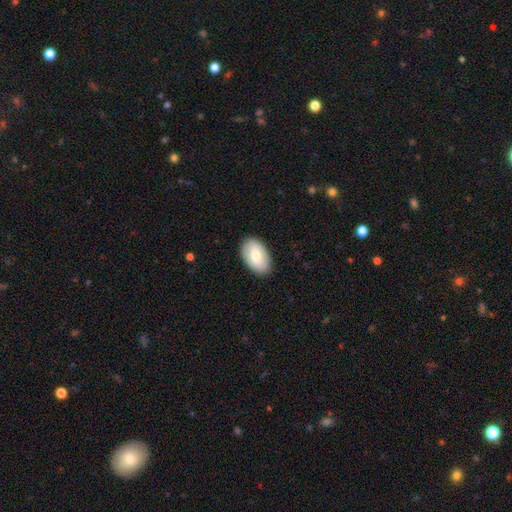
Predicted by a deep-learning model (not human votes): Smooth or featured? smooth (72%)
How rounded? in between (93%)
Merging? none (87%)